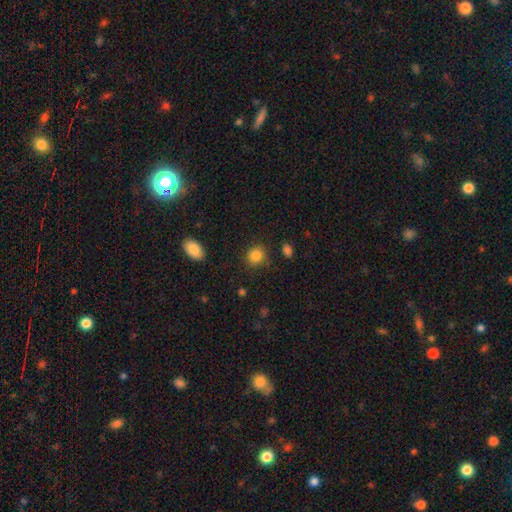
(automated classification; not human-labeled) Smooth or featured?
  - smooth: 85% *
  - star or artifact: 10%
  - featured or disk: 5%
How rounded?
  - round: 77% *
  - in between: 22%
  - cigar-shaped: 1%
Merging?
  - none: 85% *
  - minor disturbance: 10%
  - major disturbance: 3%
  - merger: 2%